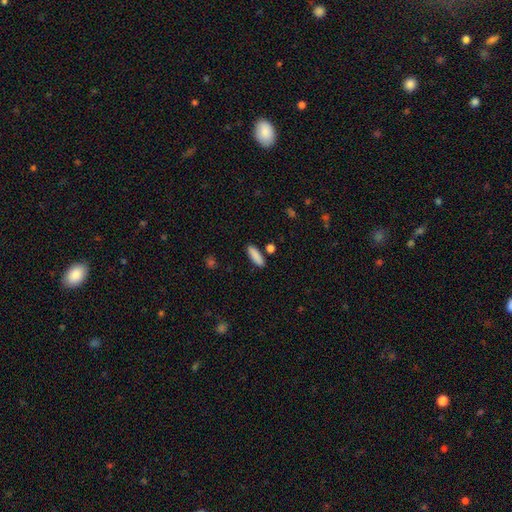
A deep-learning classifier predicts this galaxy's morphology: Smooth or featured: smooth — 88% (star or artifact — 7%)
How rounded: cigar-shaped — 55% (in between — 43%)
Merging: none — 85% (minor disturbance — 9%)